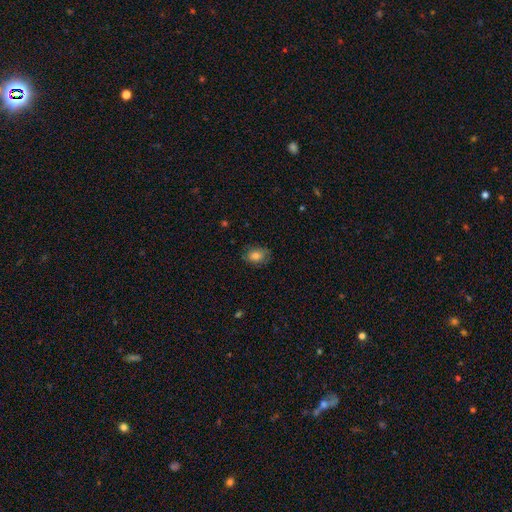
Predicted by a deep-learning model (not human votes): Morphology: type=smooth (76%); roundness=in between (73%); merging=none (74%).